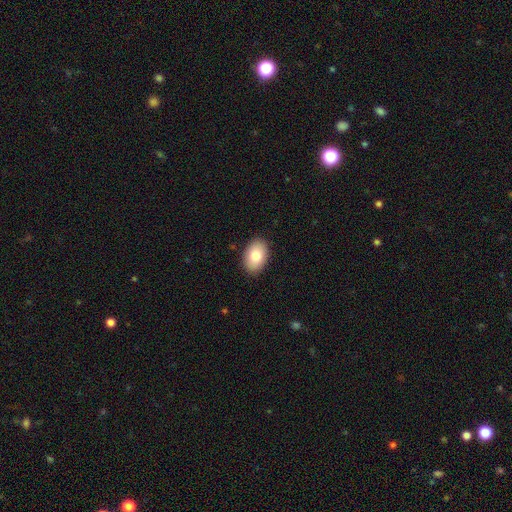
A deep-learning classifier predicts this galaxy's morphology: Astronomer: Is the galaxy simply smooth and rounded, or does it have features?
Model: smooth — 82%.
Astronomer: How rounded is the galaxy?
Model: in between — 88%.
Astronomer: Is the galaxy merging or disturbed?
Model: none — 89%.